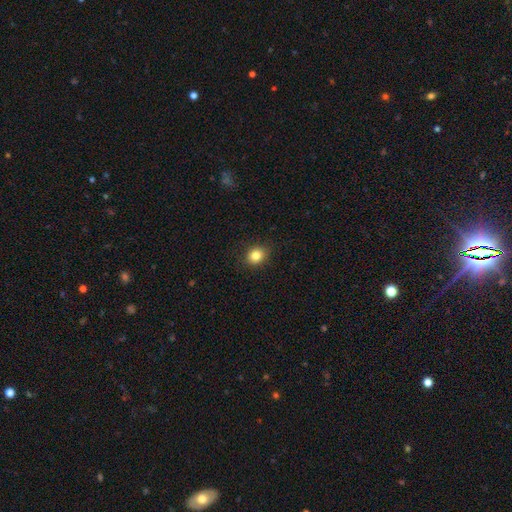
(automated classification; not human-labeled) This is clearly a smooth galaxy (83%). How rounded: likely round (72%). Merging: clearly none (90%).